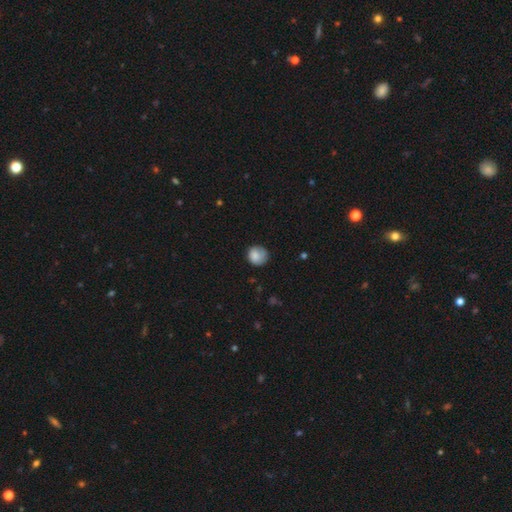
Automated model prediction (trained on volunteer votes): Smooth or featured: smooth — 81% (featured or disk — 11%)
How rounded: round — 86% (in between — 13%)
Merging: none — 68% (minor disturbance — 24%)